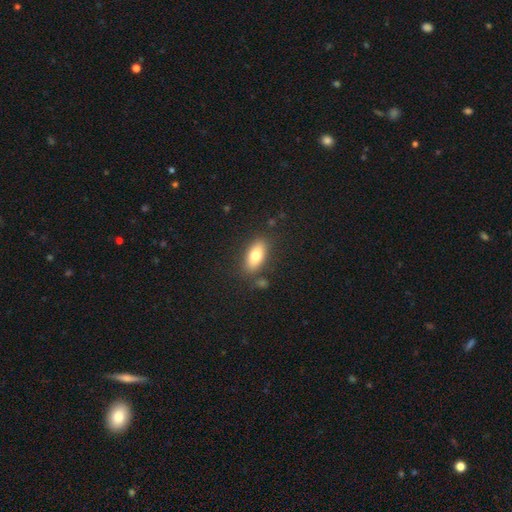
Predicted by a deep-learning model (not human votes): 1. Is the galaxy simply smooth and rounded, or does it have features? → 74% smooth, 19% featured or disk, 7% star or artifact.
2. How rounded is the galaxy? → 84% in between, 12% cigar-shaped, 4% round.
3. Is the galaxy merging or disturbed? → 81% none, 12% minor disturbance, 4% merger, 3% major disturbance.